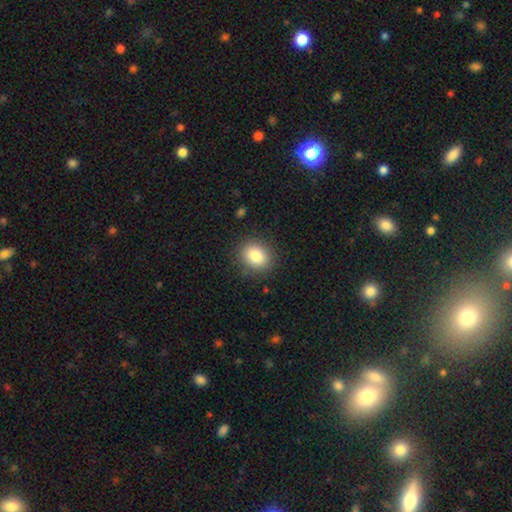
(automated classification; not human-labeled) The model was most divided on "how rounded": round: 61%, in between: 38%, cigar-shaped: 1%. More confident: merging — none (87%); smooth or featured — smooth (83%).